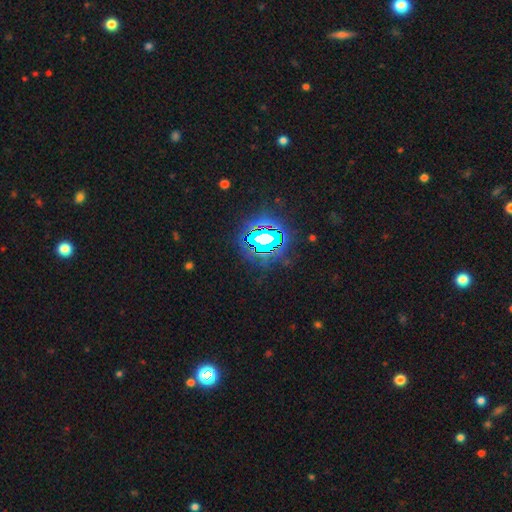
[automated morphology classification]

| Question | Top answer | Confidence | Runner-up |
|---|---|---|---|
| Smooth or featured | star or artifact | 84% | smooth (10%) |